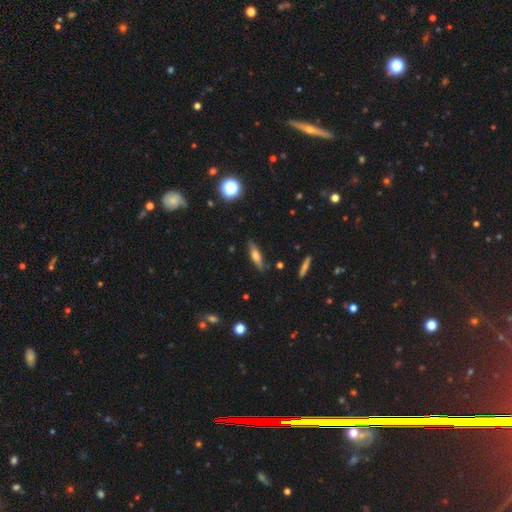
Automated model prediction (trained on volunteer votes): This is possibly a smooth galaxy (51%). How rounded: likely cigar-shaped (64%). Merging: clearly none (84%).